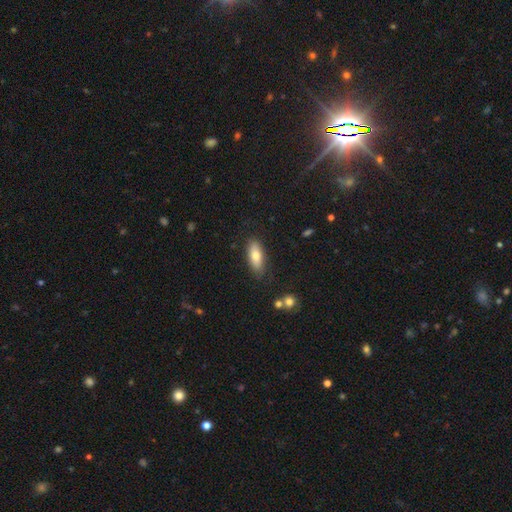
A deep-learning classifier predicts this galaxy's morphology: A smooth galaxy with no disk features (74%) that is in between round and cigar-shaped (75%).

Vote fractions:
- Smooth or featured? smooth: 74% / featured or disk: 19% / star or artifact: 6%
- How rounded? in between: 75% / cigar-shaped: 23% / round: 3%
- Merging? none: 80% / minor disturbance: 14% / major disturbance: 3% / merger: 2%